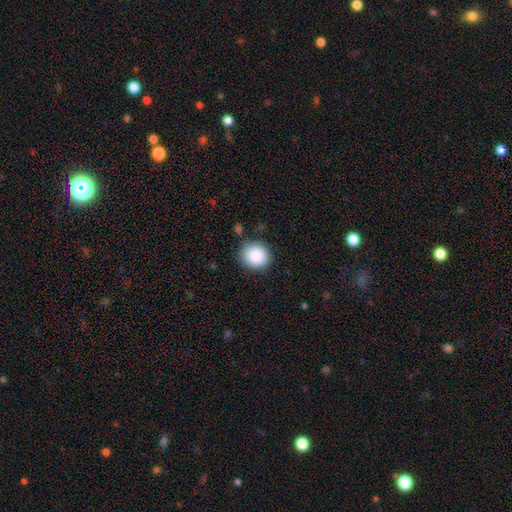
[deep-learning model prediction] Smooth or featured? Predicted: smooth (p=0.88). How rounded? Predicted: round (p=0.84). Merging? Predicted: none (p=0.84).